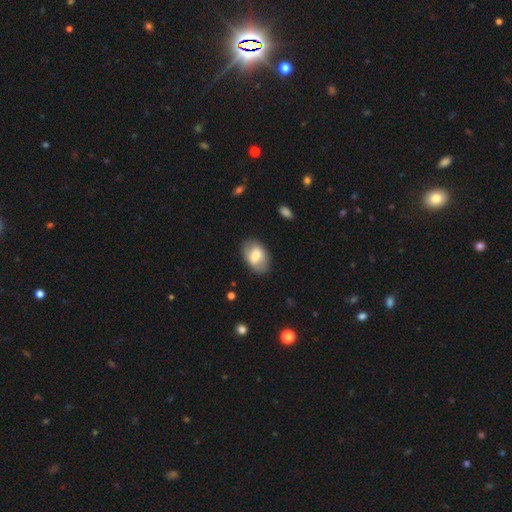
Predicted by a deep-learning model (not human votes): Smooth or featured? Predicted: smooth (p=0.69). How rounded? Predicted: in between (p=0.89). Merging? Predicted: none (p=0.81).